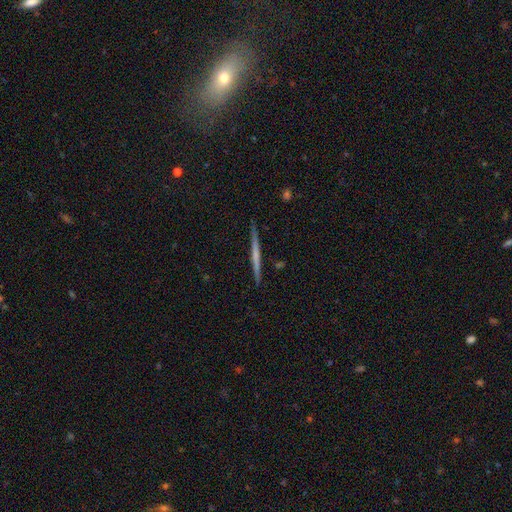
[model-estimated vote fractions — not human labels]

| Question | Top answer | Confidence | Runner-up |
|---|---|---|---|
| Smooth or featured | featured or disk | 59% | smooth (35%) |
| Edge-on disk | yes | 98% | no (2%) |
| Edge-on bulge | none | 78% | rounded (15%) |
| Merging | none | 91% | minor disturbance (7%) |